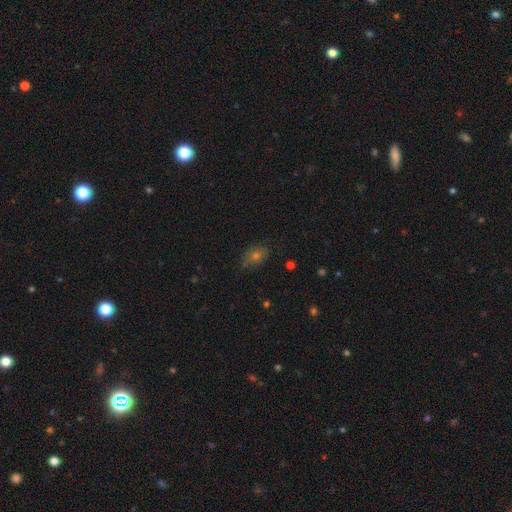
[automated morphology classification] Smooth or featured?
  - smooth: 58% *
  - star or artifact: 25%
  - featured or disk: 17%
How rounded?
  - in between: 64% *
  - round: 34%
  - cigar-shaped: 2%
Merging?
  - none: 69% *
  - minor disturbance: 23%
  - major disturbance: 7%
  - merger: 2%